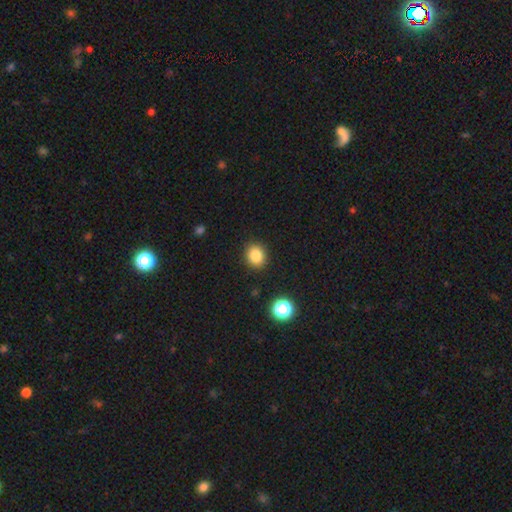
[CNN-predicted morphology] The model was most divided on "how rounded": round: 72%, in between: 27%, cigar-shaped: 1%. More confident: merging — none (90%); smooth or featured — smooth (83%).